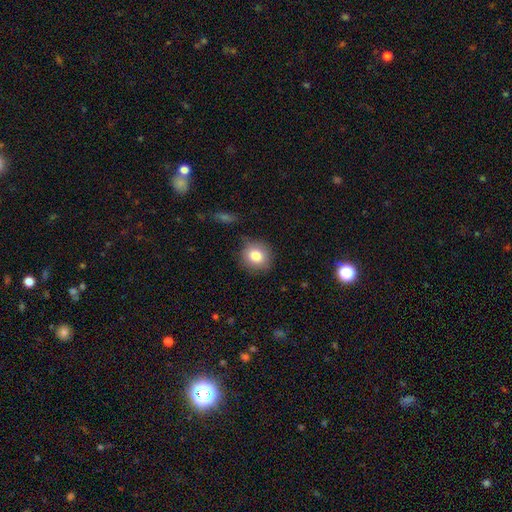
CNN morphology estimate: smooth 81%, star or artifact 9%, featured or disk 9%. Down the decision tree: how rounded — round (87%); merging — none (83%).